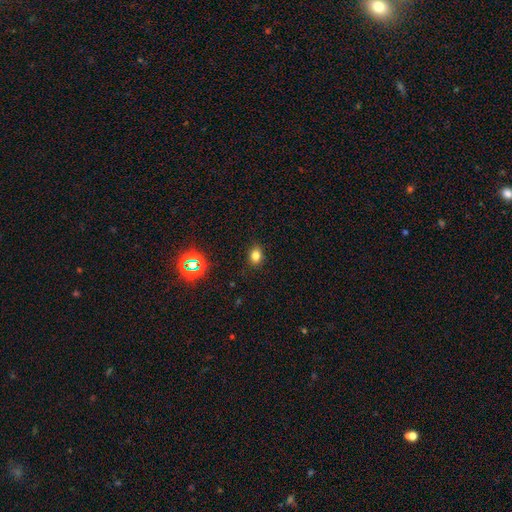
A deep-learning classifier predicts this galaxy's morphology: A smooth galaxy with no disk features (77%) that is in between round and cigar-shaped (54%). Merging: none (88%).